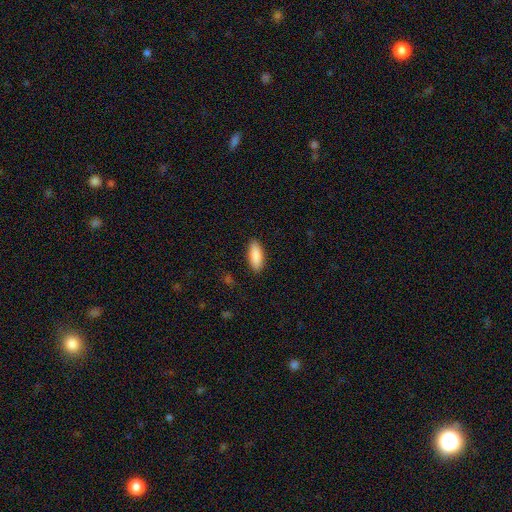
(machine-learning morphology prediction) A smooth galaxy with no disk features (89%) that is in between round and cigar-shaped (75%).

Vote fractions:
- Smooth or featured? smooth: 89% / star or artifact: 6% / featured or disk: 5%
- How rounded? in between: 75% / cigar-shaped: 23% / round: 2%
- Merging? none: 89% / minor disturbance: 8% / major disturbance: 2% / merger: 1%